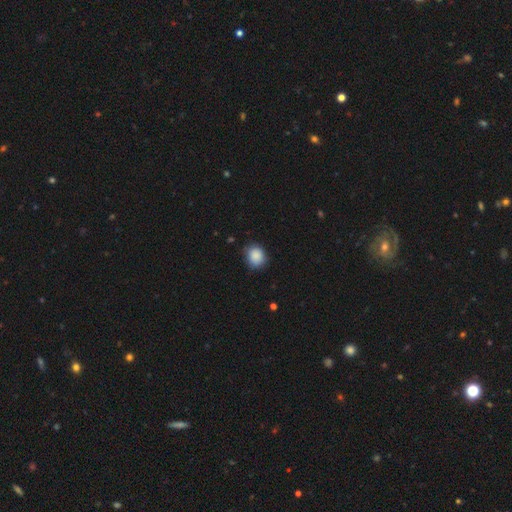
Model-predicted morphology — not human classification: smooth_or_featured: smooth (p=0.88) [alt: star or artifact p=0.08]
how_rounded: round (p=0.67) [alt: in between p=0.32]
merging: none (p=0.77) [alt: minor disturbance p=0.19]